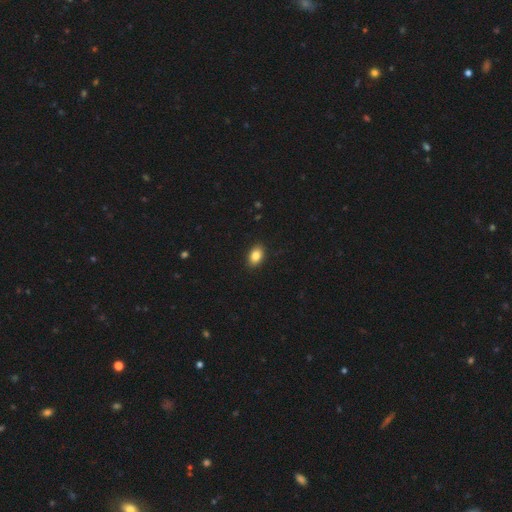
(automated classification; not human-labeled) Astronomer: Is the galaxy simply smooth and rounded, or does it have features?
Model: smooth — 86%.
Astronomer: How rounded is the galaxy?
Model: in between — 86%.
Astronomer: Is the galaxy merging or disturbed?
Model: none — 89%.